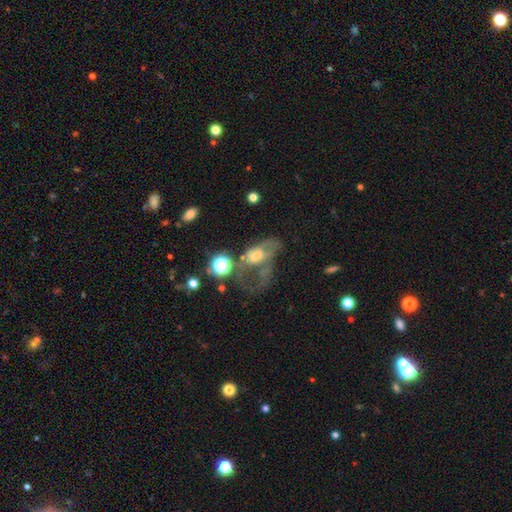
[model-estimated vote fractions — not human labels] smooth-or-featured: featured or disk: 51% | smooth: 33% | star or artifact: 16%
  disk-edge-on: no: 93% | yes: 7%
  merging: major disturbance: 52% | none: 19% | merger: 15% | minor disturbance: 14%